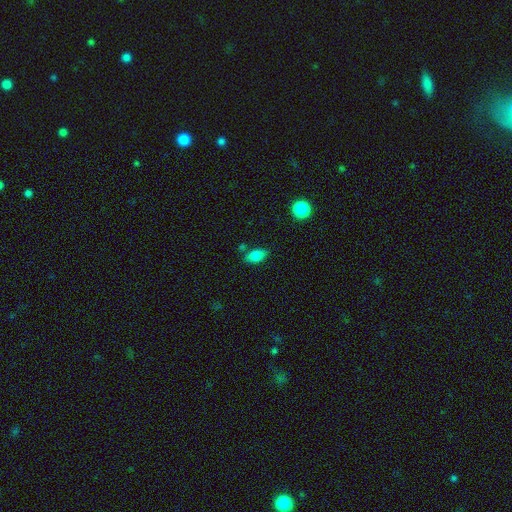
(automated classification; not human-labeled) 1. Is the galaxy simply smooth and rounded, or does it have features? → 81% smooth, 10% featured or disk, 9% star or artifact.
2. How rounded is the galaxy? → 88% in between, 7% round, 5% cigar-shaped.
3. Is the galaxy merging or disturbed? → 76% none, 15% minor disturbance, 6% merger, 3% major disturbance.